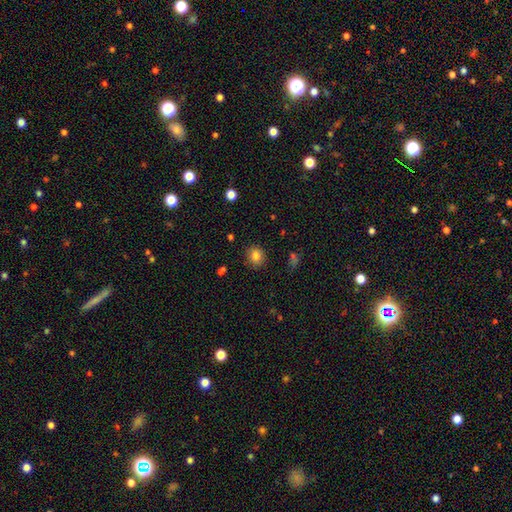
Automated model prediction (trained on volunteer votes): smooth 83%, star or artifact 11%, featured or disk 6%. Down the decision tree: how rounded — round (77%); merging — none (87%).